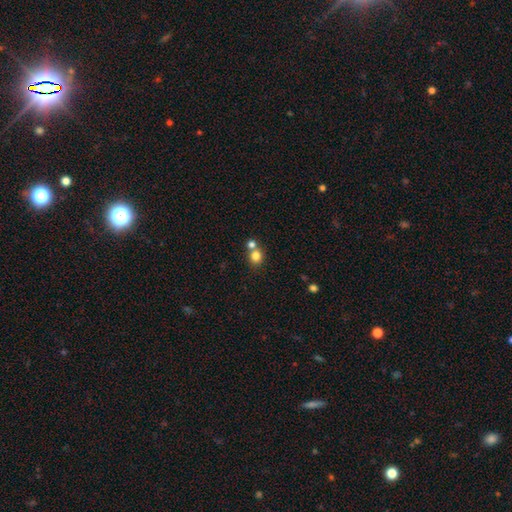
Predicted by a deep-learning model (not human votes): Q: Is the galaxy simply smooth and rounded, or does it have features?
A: smooth — 81%.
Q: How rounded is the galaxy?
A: round — 81%.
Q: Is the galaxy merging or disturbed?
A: none — 55%.